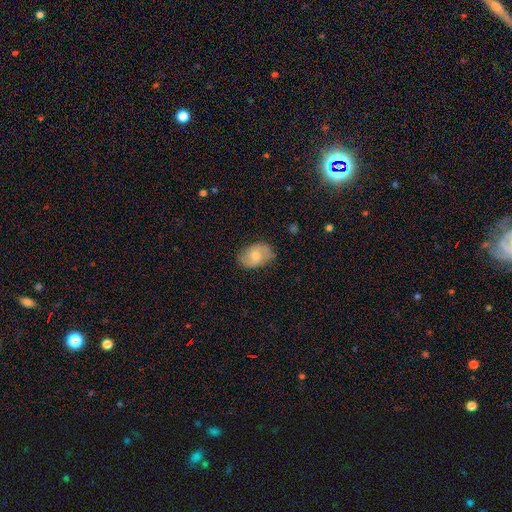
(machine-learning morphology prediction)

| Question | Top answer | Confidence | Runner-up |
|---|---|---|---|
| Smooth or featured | smooth | 47% | featured or disk (46%) |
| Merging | none | 78% | minor disturbance (17%) |